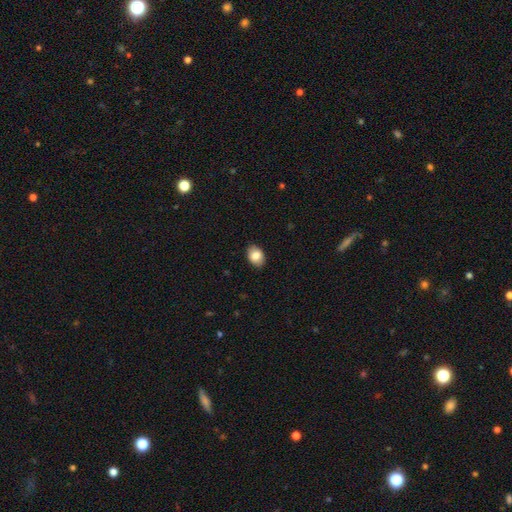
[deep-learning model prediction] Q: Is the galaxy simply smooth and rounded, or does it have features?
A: smooth — 84%.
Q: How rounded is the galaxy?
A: in between — 79%.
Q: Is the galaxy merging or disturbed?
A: none — 88%.